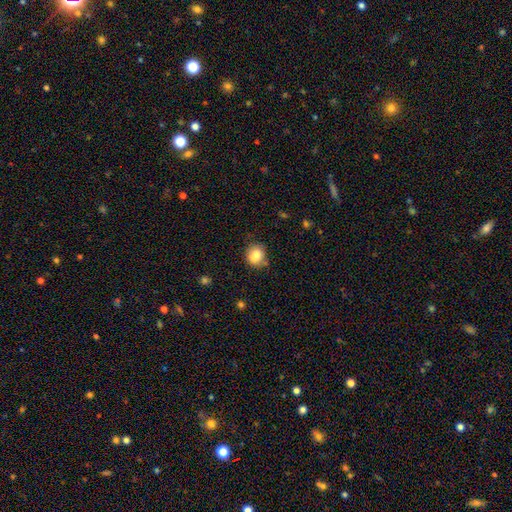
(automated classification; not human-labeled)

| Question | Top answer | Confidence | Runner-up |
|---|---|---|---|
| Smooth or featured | smooth | 78% | featured or disk (12%) |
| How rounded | round | 73% | in between (26%) |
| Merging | none | 61% | minor disturbance (21%) |